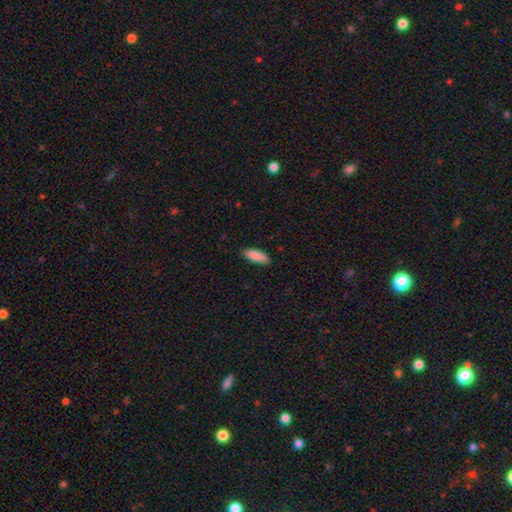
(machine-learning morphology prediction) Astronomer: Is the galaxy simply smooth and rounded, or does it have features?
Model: smooth — 89%.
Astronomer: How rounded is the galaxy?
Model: in between — 68%.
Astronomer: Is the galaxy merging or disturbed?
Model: none — 82%.